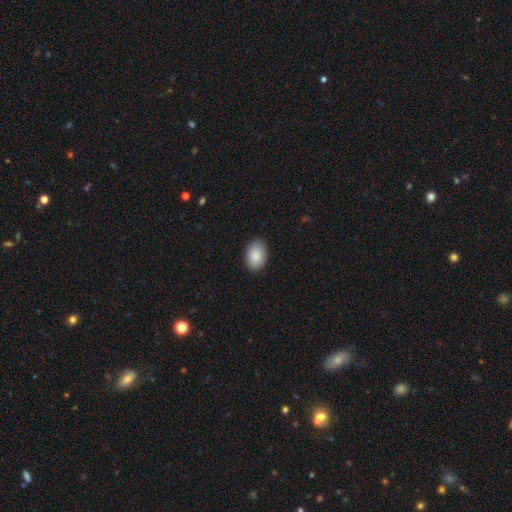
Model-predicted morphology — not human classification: The model was most divided on "how rounded": in between: 85%, round: 14%, cigar-shaped: 1%. More confident: merging — none (89%); smooth or featured — smooth (89%).